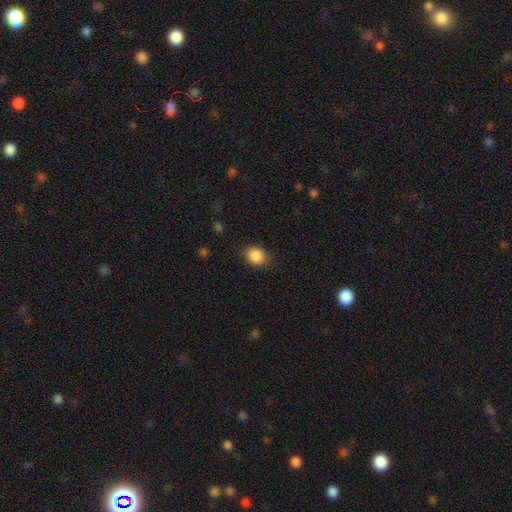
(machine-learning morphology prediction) smooth 88%, star or artifact 8%, featured or disk 4%. Down the decision tree: how rounded — in between (52%); merging — none (85%).